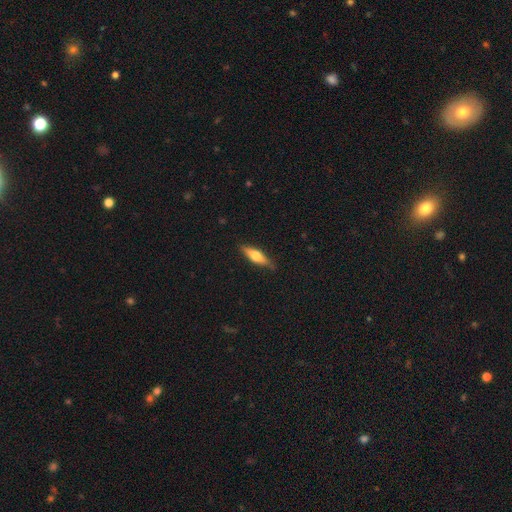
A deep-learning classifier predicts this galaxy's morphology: smooth-or-featured: smooth: 50% | featured or disk: 44% | star or artifact: 6%
  how-rounded: cigar-shaped: 59% | in between: 38% | round: 2%
  merging: none: 84% | minor disturbance: 12% | major disturbance: 2% | merger: 1%